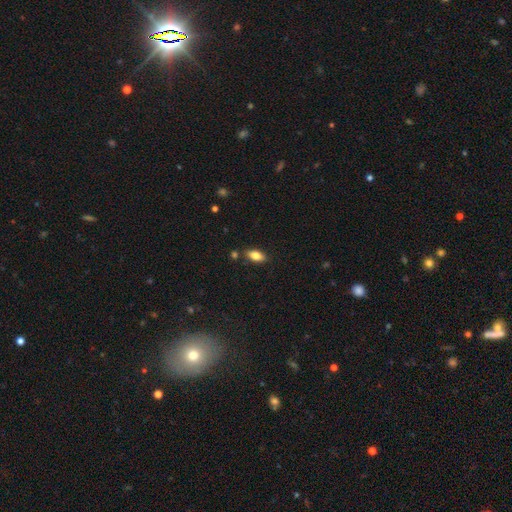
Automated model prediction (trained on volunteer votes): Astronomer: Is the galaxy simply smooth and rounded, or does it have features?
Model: smooth — 81%.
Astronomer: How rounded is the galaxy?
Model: in between — 89%.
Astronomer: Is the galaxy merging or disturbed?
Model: none — 82%.